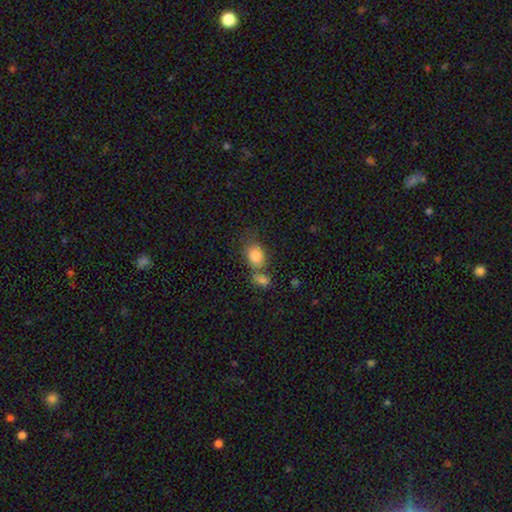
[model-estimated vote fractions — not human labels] smooth-or-featured: smooth: 83% | star or artifact: 8% | featured or disk: 8%
  how-rounded: in between: 63% | round: 36% | cigar-shaped: 1%
  merging: none: 43% | merger: 34% | minor disturbance: 15% | major disturbance: 8%